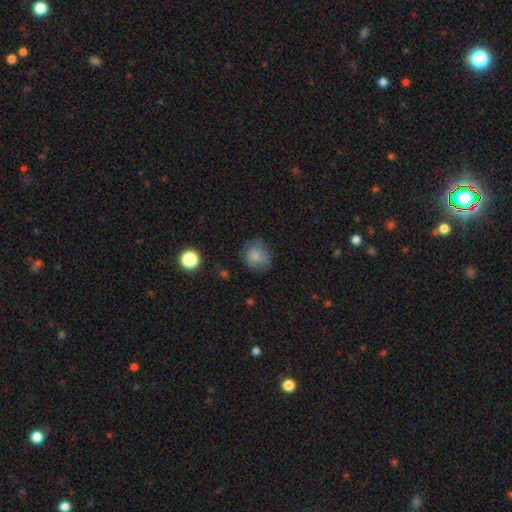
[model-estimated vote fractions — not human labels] smooth-or-featured: smooth: 81% | star or artifact: 10% | featured or disk: 9%
  how-rounded: round: 78% | in between: 21% | cigar-shaped: 1%
  merging: none: 68% | minor disturbance: 23% | major disturbance: 7% | merger: 2%